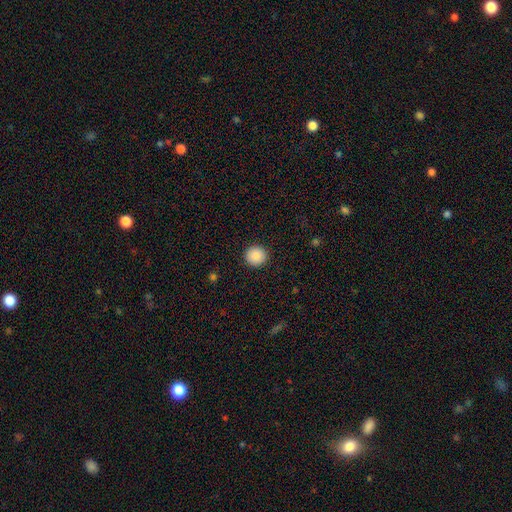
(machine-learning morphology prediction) smooth-or-featured: smooth: 88% | star or artifact: 8% | featured or disk: 4%
  how-rounded: round: 93% | in between: 7% | cigar-shaped: 1%
  merging: none: 93% | minor disturbance: 5% | major disturbance: 2% | merger: 1%